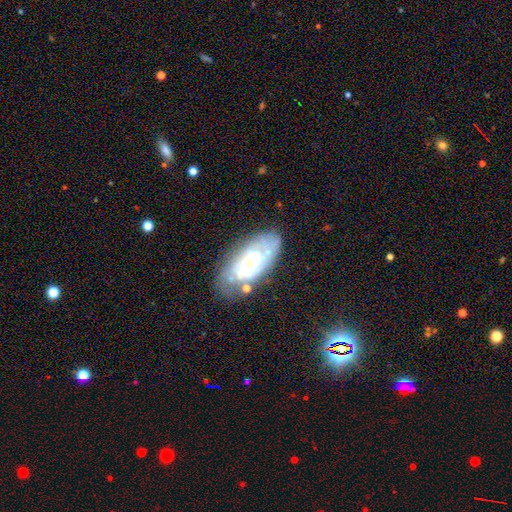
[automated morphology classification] This is likely a featured or disk galaxy (73%). It is clearly not viewed edge-on (94%). Bar: likely no (74%). Spiral arm pattern: likely yes (71%). Central bulge: possibly small (53%). Merging: possibly none (57%).